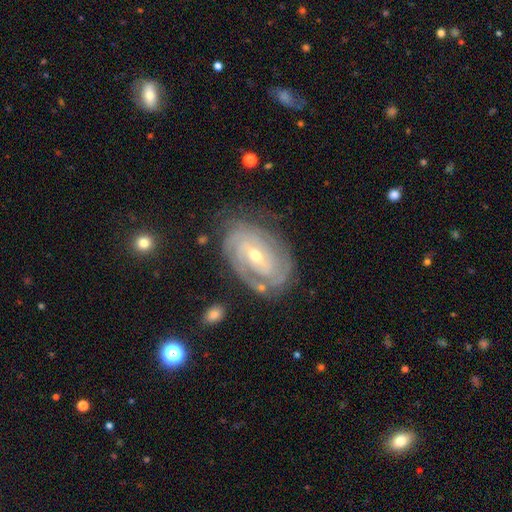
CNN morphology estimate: A featured or disk galaxy (86%) with a weak bar (43%), tight (77%) spiral arms (94%) and a small central bulge (52%). Merging: none (72%).